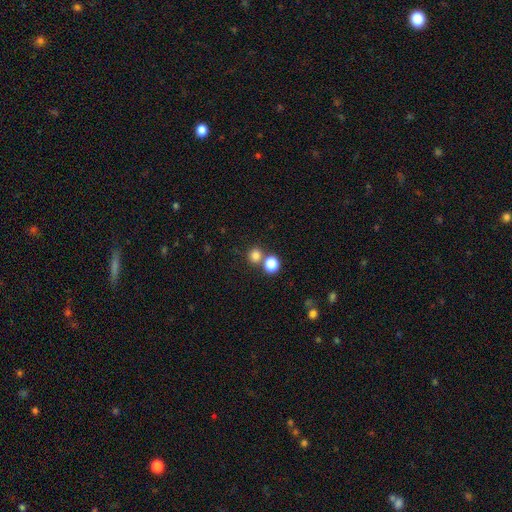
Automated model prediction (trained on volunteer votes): Smooth or featured? smooth (81%)
How rounded? round (85%)
Merging? none (59%)